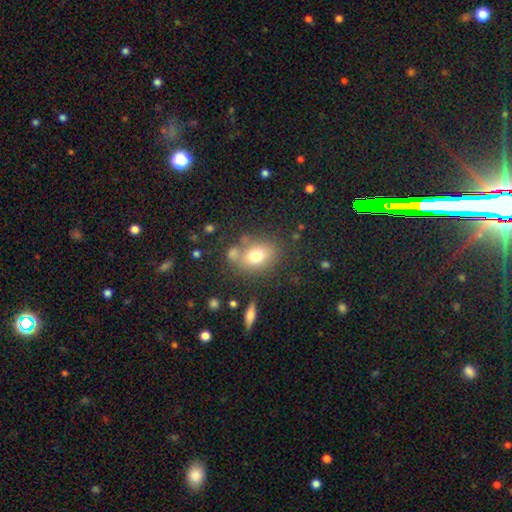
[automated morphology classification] A smooth galaxy with no disk features (73%) that is in between round and cigar-shaped (61%). Merging: none (66%).